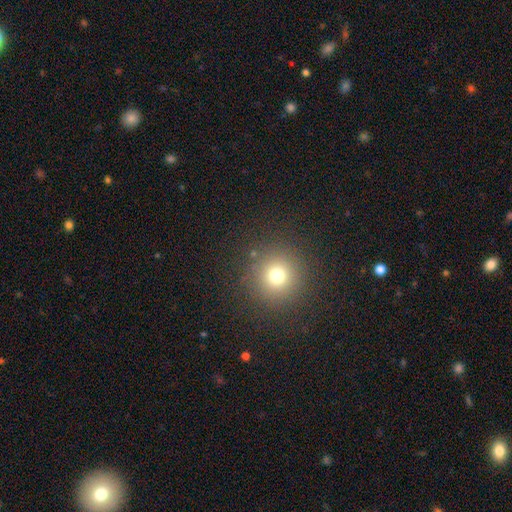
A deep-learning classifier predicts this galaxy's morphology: type=smooth (68%); roundness=round (95%); merging=none (93%).